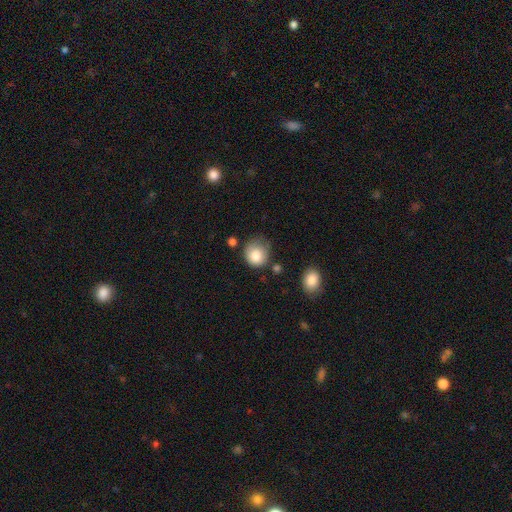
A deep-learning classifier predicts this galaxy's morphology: The model was most divided on "merging": none: 50%, minor disturbance: 32%, major disturbance: 12%, merger: 6%. More confident: smooth or featured — smooth (83%); how rounded — round (81%).